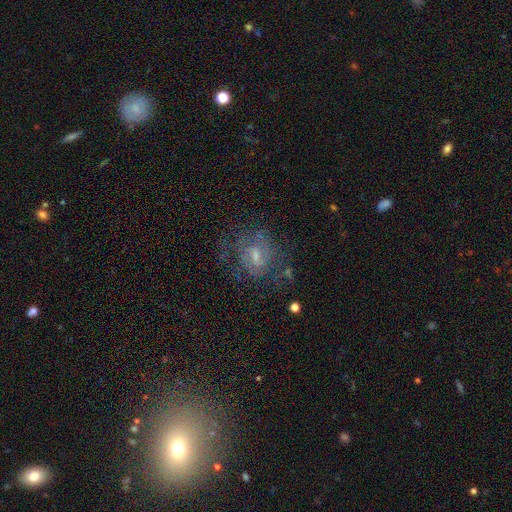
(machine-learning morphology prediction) Smooth or featured?
  - featured or disk: 67% *
  - smooth: 21%
  - star or artifact: 12%
Edge-on disk?
  - no: 97% *
  - yes: 3%
Bar?
  - weak: 56% *
  - no: 32%
  - strong: 13%
Spiral arms?
  - yes: 78% *
  - no: 22%
Spiral winding?
  - tight: 42% * (tied)
  - medium: 42% * (tied)
  - loose: 16%
Spiral arm count?
  - 2: 41% *
  - can't tell: 40%
  - 3: 8%
  - 1: 5%
  - 4: 3%
  - more than 4: 3%
Bulge size?
  - small: 53% *
  - moderate: 36%
  - none: 8%
  - large: 3%
  - dominant: 1%
Merging?
  - none: 60% *
  - minor disturbance: 20%
  - major disturbance: 17%
  - merger: 3%